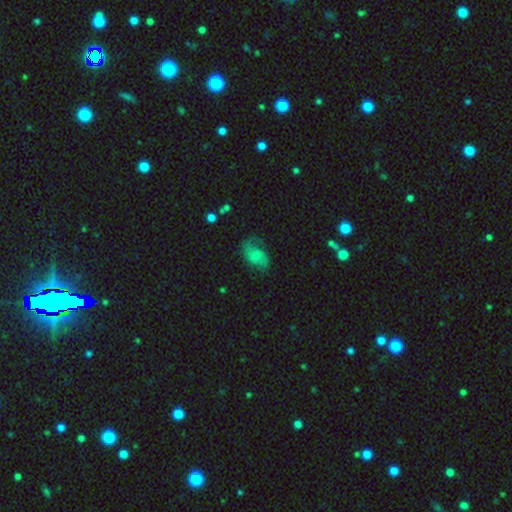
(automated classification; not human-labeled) A featured or disk galaxy (62%) with no bar (65%), 2 (71%) loose (45%) spiral arms (86%) and a small central bulge (45%).

Vote fractions:
- Smooth or featured? featured or disk: 62% / smooth: 29% / star or artifact: 9%
- Edge-on disk? no: 97% / yes: 3%
- Bar? no: 65% / weak: 30% / strong: 5%
- Spiral arms? yes: 86% / no: 14%
- Spiral winding? loose: 45% / medium: 40% / tight: 15%
- Spiral arm count? 2: 71% / 1: 16% / can't tell: 9% / 3: 2% / 4: 1% / more than 4: 1%
- Bulge size? small: 45% / moderate: 39% / none: 9% / large: 5% / dominant: 1%
- Merging? none: 53% / minor disturbance: 25% / major disturbance: 20% / merger: 2%